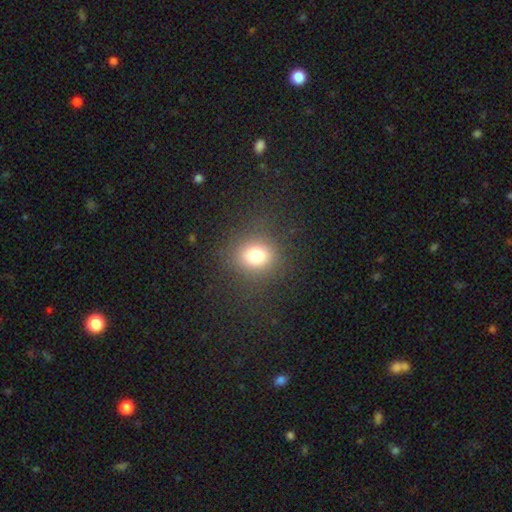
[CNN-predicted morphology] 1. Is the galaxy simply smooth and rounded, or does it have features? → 76% smooth, 16% star or artifact, 9% featured or disk.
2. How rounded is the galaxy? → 77% round, 22% in between, 1% cigar-shaped.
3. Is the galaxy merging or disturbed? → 85% none, 8% minor disturbance, 5% major disturbance, 1% merger.